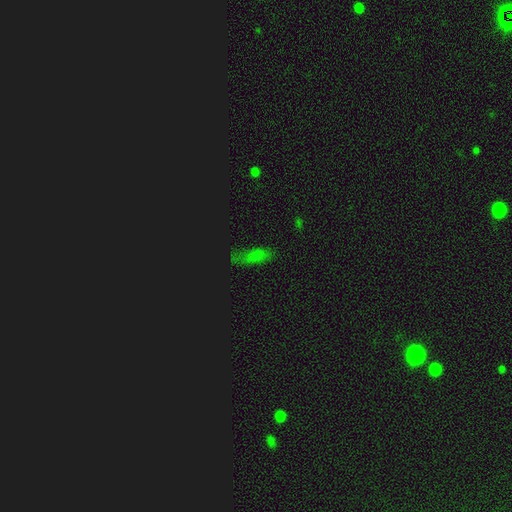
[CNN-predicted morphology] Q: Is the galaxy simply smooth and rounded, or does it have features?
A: smooth — 64%.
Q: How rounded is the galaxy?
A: in between — 68%.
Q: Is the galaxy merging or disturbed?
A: none — 68%.